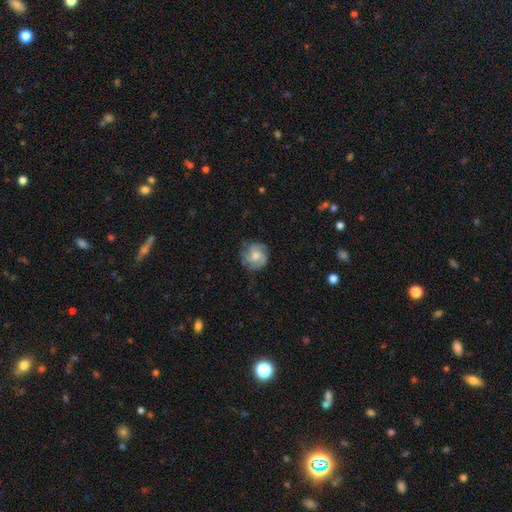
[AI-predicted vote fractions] This appears to be a featured or disk galaxy (54%) with no bar (72%), spiral arms (85%) and a moderate central bulge (59%). Merging: none (71%).